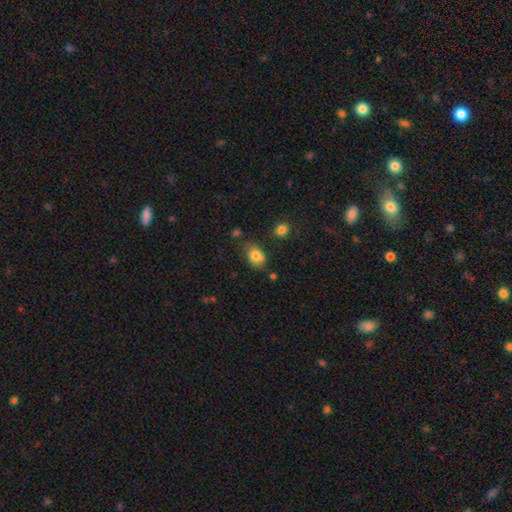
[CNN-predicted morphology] Overall: smooth (81%). How rounded: in between (75%). Merging: none (66%).